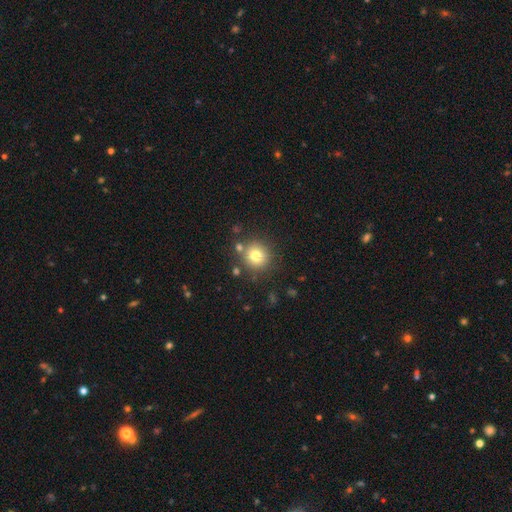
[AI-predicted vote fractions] The model was most divided on "smooth or featured": smooth: 77%, star or artifact: 13%, featured or disk: 10%. More confident: how rounded — round (91%); merging — none (79%).